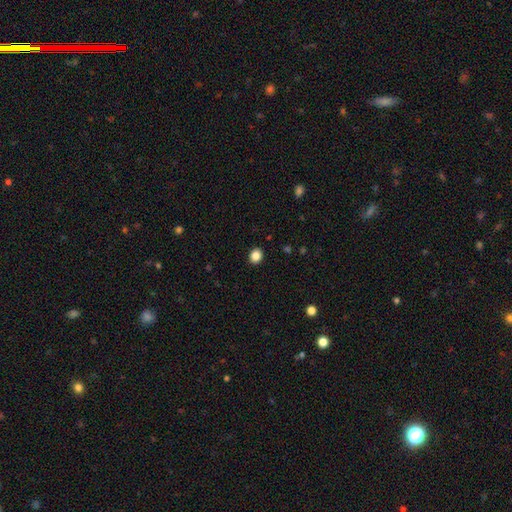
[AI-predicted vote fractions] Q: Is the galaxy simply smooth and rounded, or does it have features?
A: smooth — 86%.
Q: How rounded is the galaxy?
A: round — 59%.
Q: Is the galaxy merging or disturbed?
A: none — 91%.